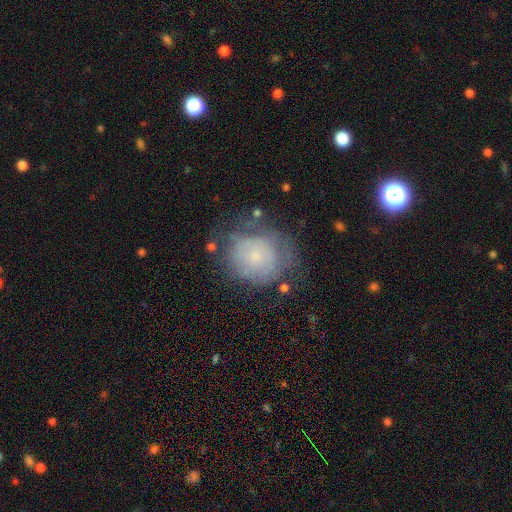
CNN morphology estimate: smooth 53%, featured or disk 37%, star or artifact 10%. Down the decision tree: how rounded — round (71%); merging — none (55%).